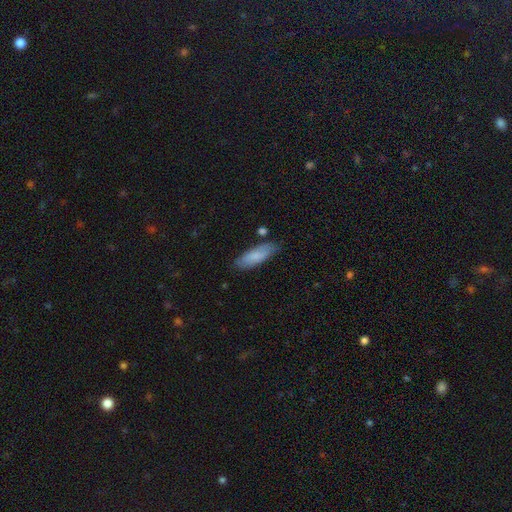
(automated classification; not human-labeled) Overall: smooth (79%). How rounded: in between (59%; cigar-shaped 40%). Merging: none (77%).